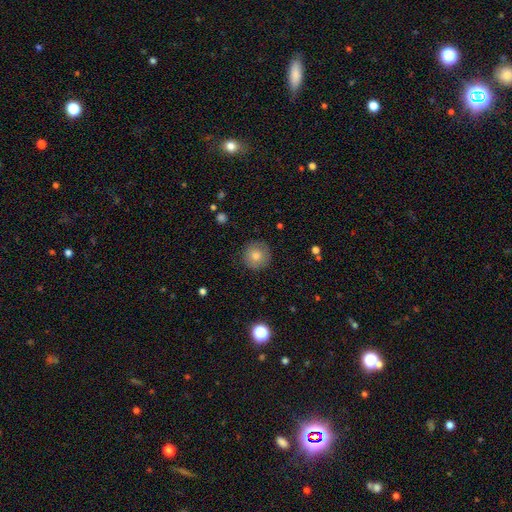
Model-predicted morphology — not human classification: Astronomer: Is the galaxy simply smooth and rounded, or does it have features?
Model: smooth — 73%.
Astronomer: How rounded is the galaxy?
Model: round — 95%.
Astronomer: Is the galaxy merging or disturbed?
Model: none — 90%.